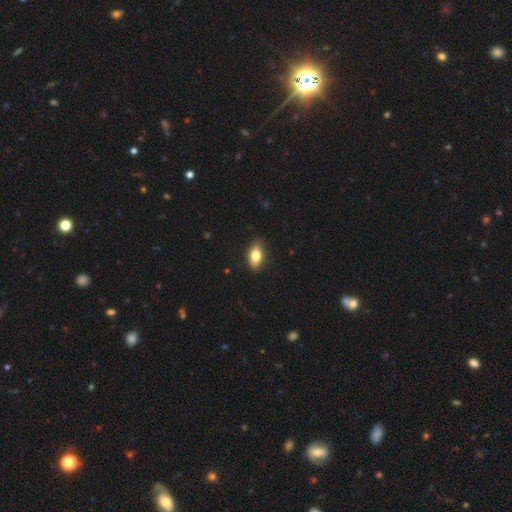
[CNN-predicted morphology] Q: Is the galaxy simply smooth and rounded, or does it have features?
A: smooth — 77%.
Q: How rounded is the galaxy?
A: in between — 87%.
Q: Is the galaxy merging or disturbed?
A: none — 86%.